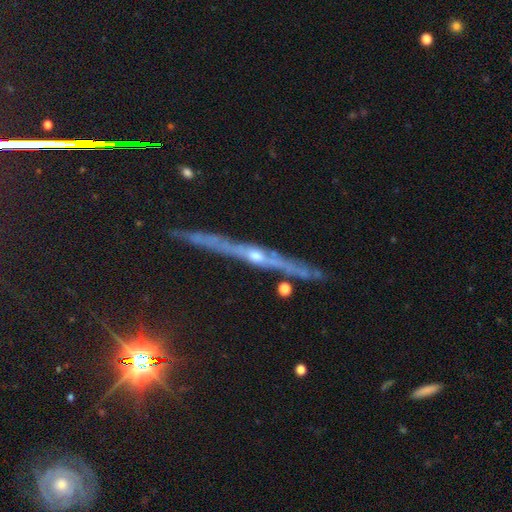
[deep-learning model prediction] featured or disk 83%, smooth 10%, star or artifact 7%. Down the decision tree: edge-on disk — yes (96%); edge-on bulge — rounded (81%); merging — none (81%).